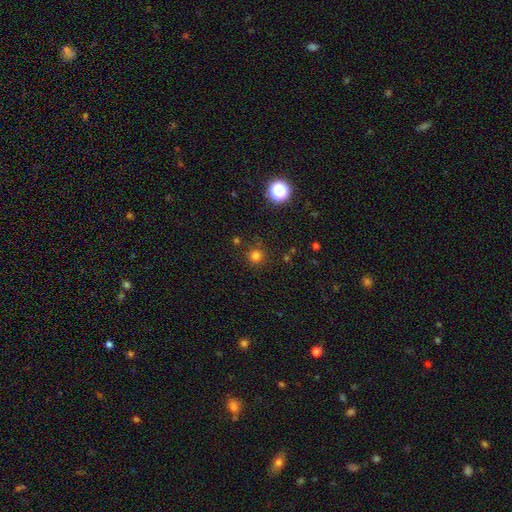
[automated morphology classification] The model was most divided on "smooth or featured": smooth: 76%, star or artifact: 19%, featured or disk: 5%. More confident: how rounded — round (94%); merging — none (85%).